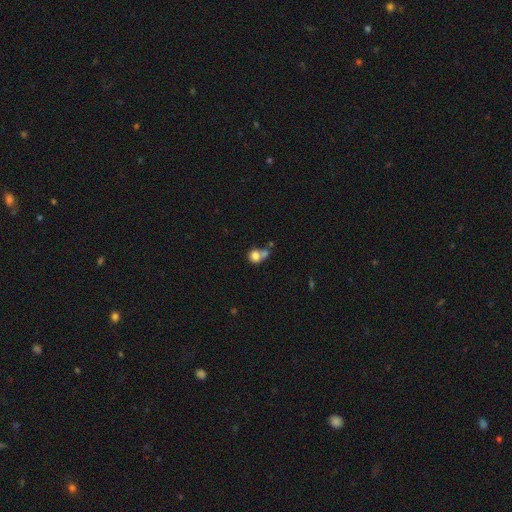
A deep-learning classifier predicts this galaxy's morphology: Smooth or featured? smooth (77%)
How rounded? round (74%)
Merging? merger (52%)